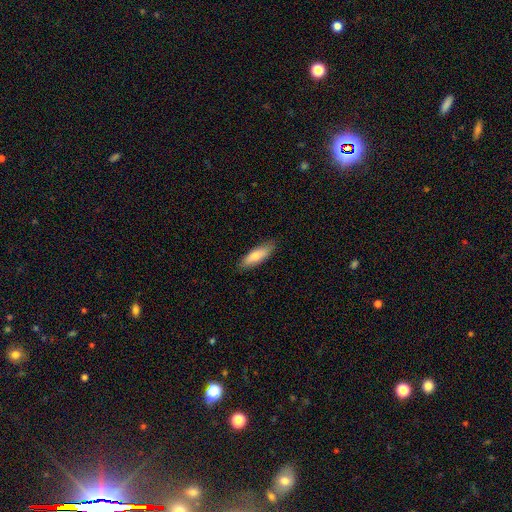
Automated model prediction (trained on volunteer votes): smooth 76%, featured or disk 18%, star or artifact 6%. Down the decision tree: how rounded — in between (51%); merging — none (84%).